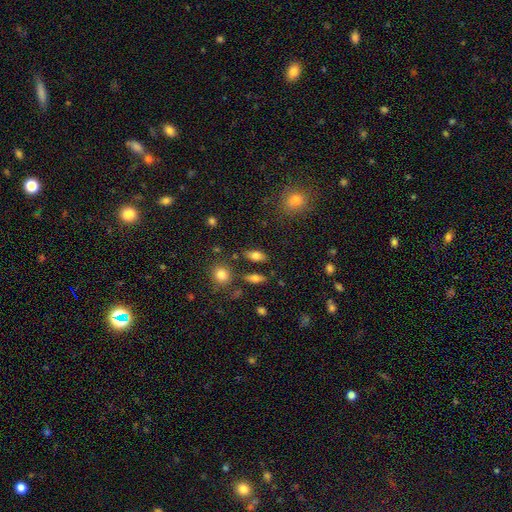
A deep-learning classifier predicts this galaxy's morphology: Overall: smooth (74%). How rounded: in between (82%). Merging: none (79%).